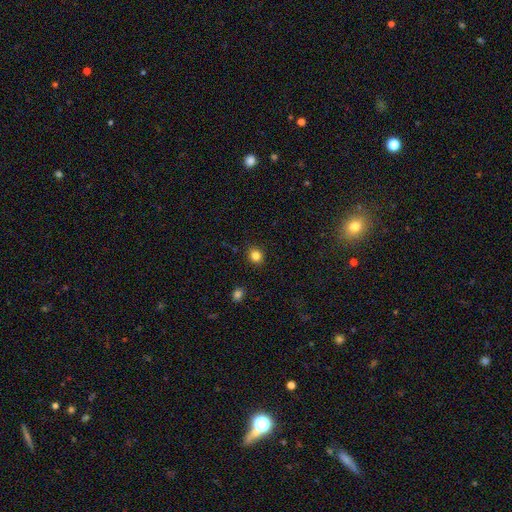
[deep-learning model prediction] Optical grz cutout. It shows a smooth galaxy with no disk features (83%) that is round (78%). Merging: none (90%).